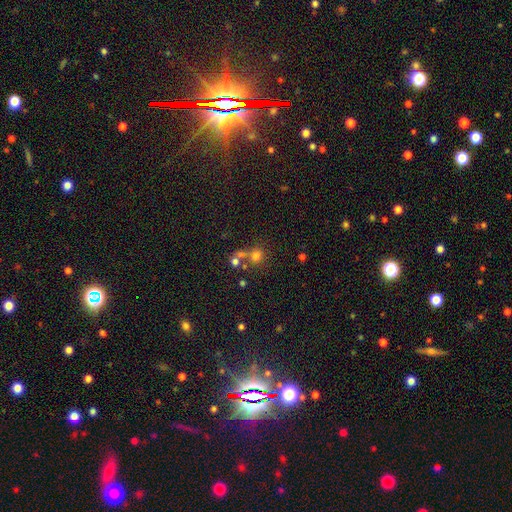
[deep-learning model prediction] Smooth or featured? Predicted: smooth (p=0.69). How rounded? Predicted: round (p=0.81). Merging? Predicted: none (p=0.50).